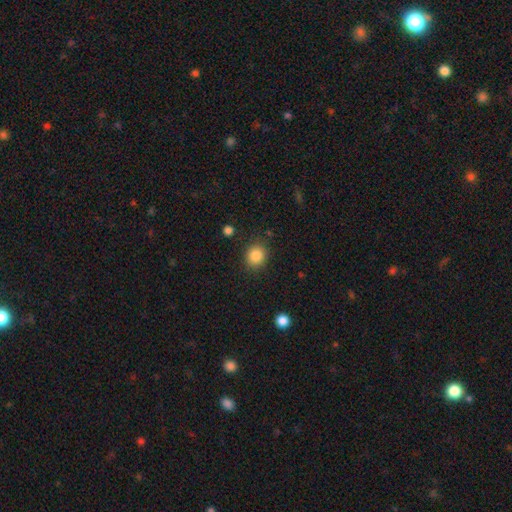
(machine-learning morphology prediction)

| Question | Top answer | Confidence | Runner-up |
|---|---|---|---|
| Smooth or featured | smooth | 86% | star or artifact (10%) |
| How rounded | round | 75% | in between (24%) |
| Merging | none | 87% | minor disturbance (8%) |